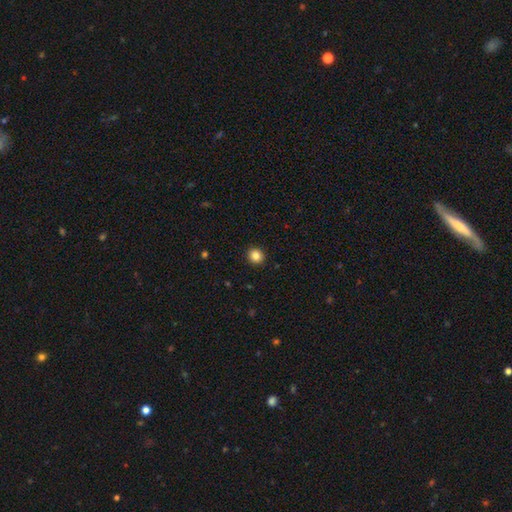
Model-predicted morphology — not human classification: Smooth or featured?
  - smooth: 85% *
  - star or artifact: 11%
  - featured or disk: 5%
How rounded?
  - round: 89% *
  - in between: 10%
  - cigar-shaped: 1%
Merging?
  - none: 93% *
  - minor disturbance: 5%
  - major disturbance: 2%
  - merger: 1%